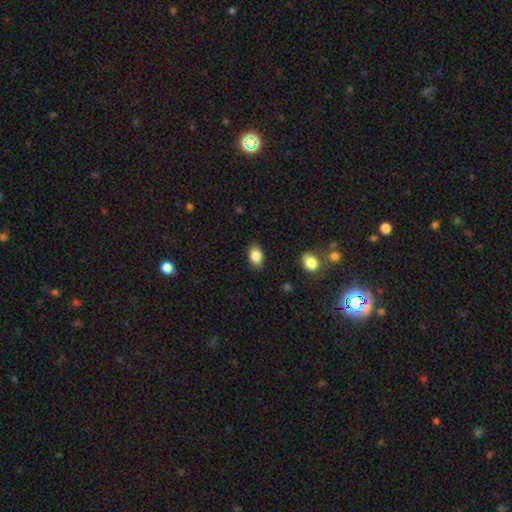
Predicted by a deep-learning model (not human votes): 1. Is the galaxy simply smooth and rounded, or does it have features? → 86% smooth, 8% star or artifact, 6% featured or disk.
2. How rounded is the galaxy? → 83% in between, 16% round, 1% cigar-shaped.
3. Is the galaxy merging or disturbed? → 85% none, 11% minor disturbance, 2% major disturbance, 1% merger.